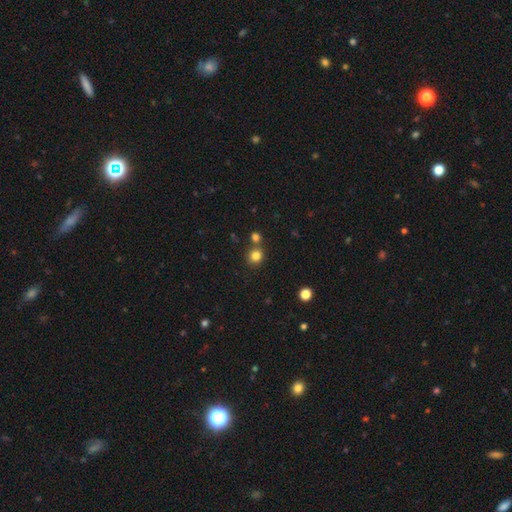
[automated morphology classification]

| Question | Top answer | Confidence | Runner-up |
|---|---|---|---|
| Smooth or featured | smooth | 81% | star or artifact (13%) |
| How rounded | round | 84% | in between (15%) |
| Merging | none | 71% | merger (18%) |